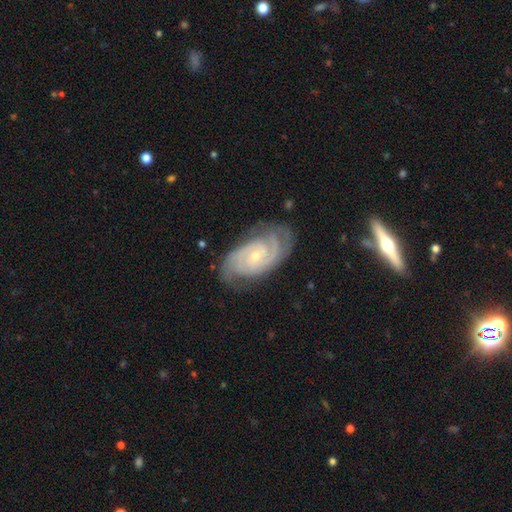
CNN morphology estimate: Overall: featured or disk (90%). Edge-on disk: no (97%). Bar: no (58%; weak 33%). Spiral arms: yes (98%). Spiral arm count: 2 (66%). Spiral winding: tight (68%; medium 28%). Bulge size: small (70%). Merging: none (77%).